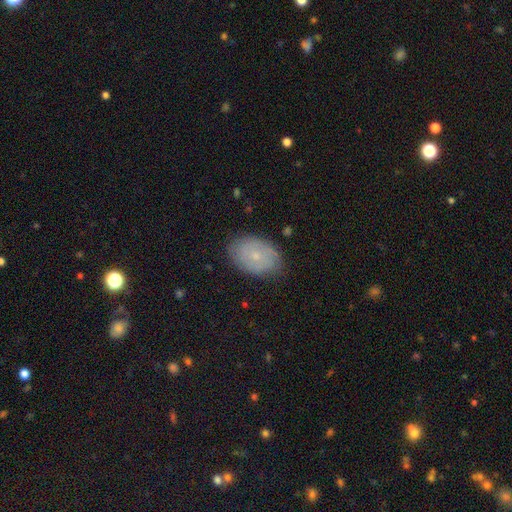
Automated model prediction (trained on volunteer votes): Morphology: type=smooth (54%); roundness=in between (83%); merging=none (80%).